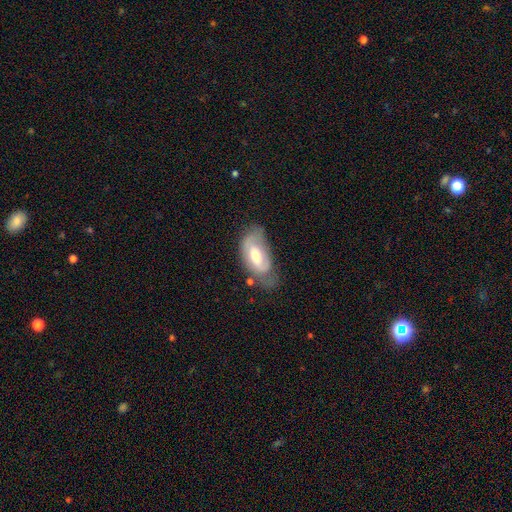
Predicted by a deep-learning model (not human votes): A featured or disk galaxy (56%) with a weak bar (44%), spiral arms (68%) and a moderate central bulge (64%). Merging: none (44%).